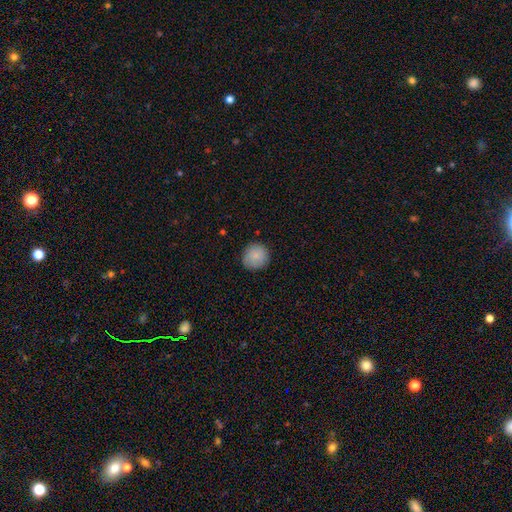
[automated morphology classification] This is clearly a smooth galaxy (85%). How rounded: clearly round (92%). Merging: clearly none (86%).